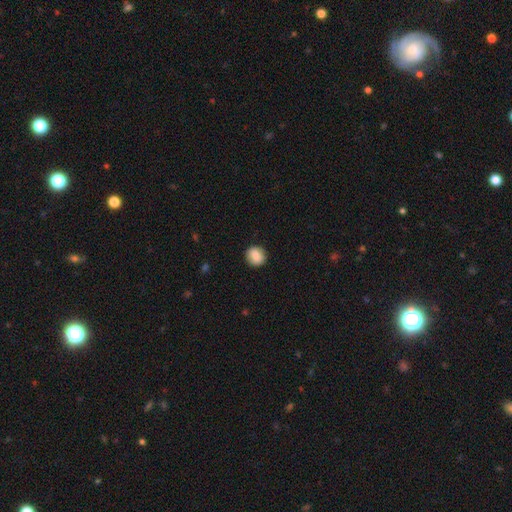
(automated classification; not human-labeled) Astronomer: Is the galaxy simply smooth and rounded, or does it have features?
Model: smooth — 85%.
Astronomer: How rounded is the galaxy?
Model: round — 82%.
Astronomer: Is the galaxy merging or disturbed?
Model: none — 88%.